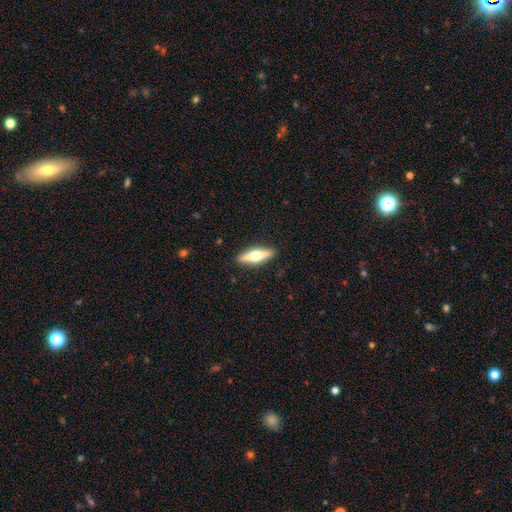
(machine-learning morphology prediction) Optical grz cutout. It shows a featured or disk galaxy (56%) viewed edge-on (94%) with a rounded central bulge (96%). Merging: none (91%).